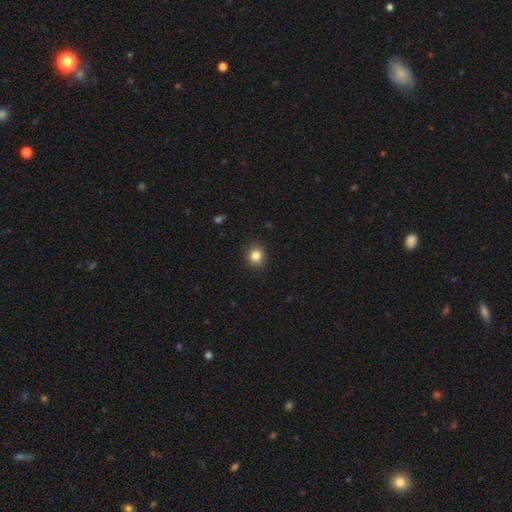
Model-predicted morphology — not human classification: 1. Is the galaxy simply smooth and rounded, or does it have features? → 84% smooth, 11% star or artifact, 5% featured or disk.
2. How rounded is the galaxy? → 83% round, 17% in between, 1% cigar-shaped.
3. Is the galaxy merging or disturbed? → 90% none, 7% minor disturbance, 2% major disturbance, 1% merger.